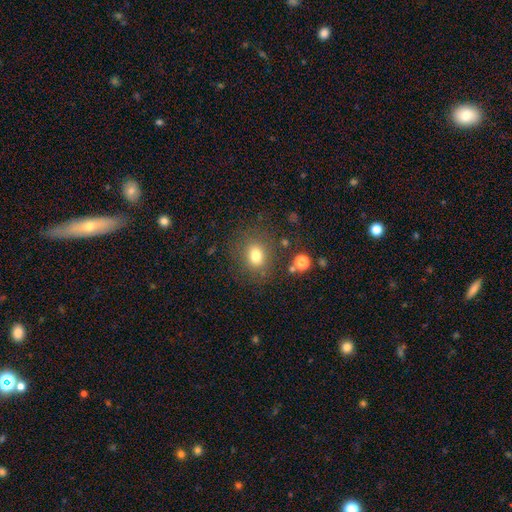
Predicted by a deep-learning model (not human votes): Smooth or featured: smooth — 77% (star or artifact — 13%)
How rounded: round — 62% (in between — 37%)
Merging: none — 77% (minor disturbance — 13%)